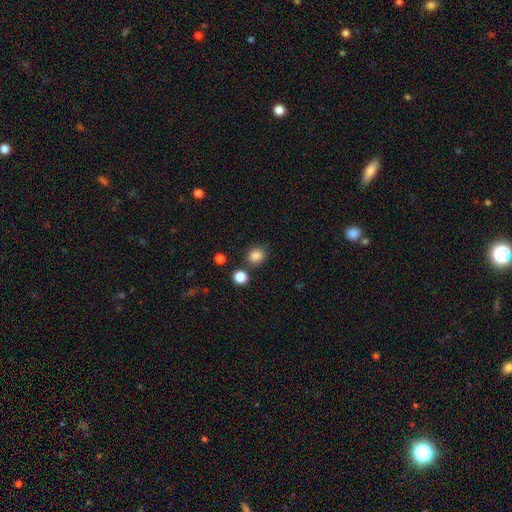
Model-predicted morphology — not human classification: type=smooth (85%); roundness=round (75%); merging=none (79%).